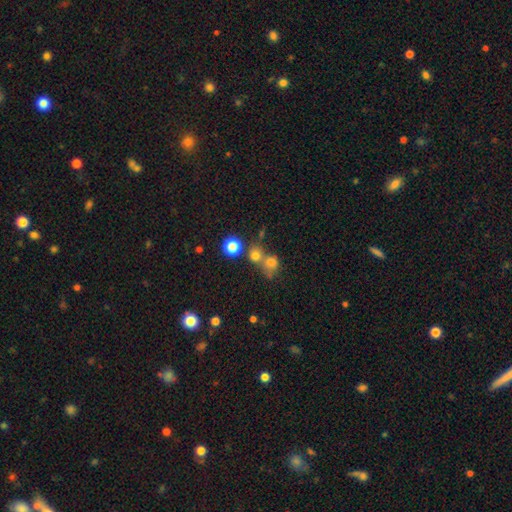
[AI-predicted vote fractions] This appears to be a smooth galaxy with no disk features (68%) that is round (85%). Merging: none (48%).